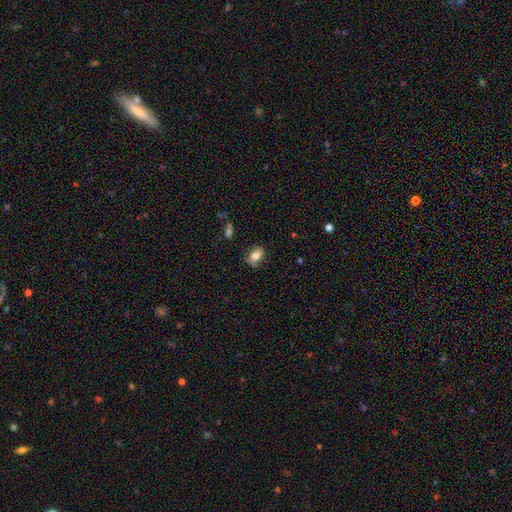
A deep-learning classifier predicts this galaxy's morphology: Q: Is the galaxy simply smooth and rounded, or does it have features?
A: smooth — 73%.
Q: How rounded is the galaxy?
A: in between — 83%.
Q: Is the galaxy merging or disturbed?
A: none — 73%.